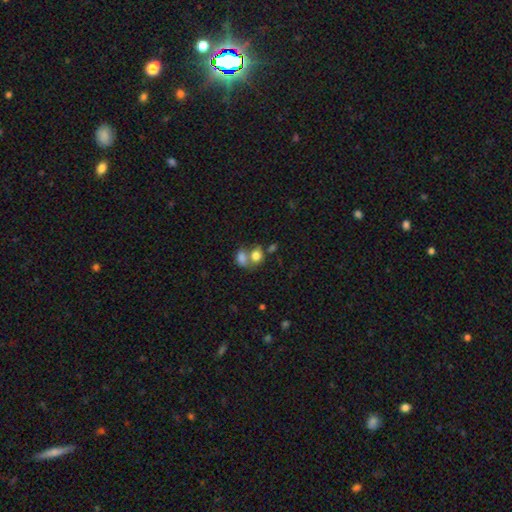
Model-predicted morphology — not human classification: A smooth galaxy with no disk features (77%) that is in between round and cigar-shaped (49%, tied with round). Merging: merger (57%).